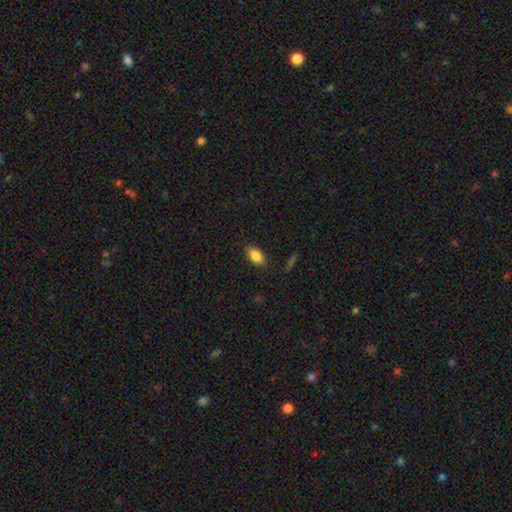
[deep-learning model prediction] A smooth galaxy with no disk features (84%) that is in between round and cigar-shaped (89%). Merging: none (84%).